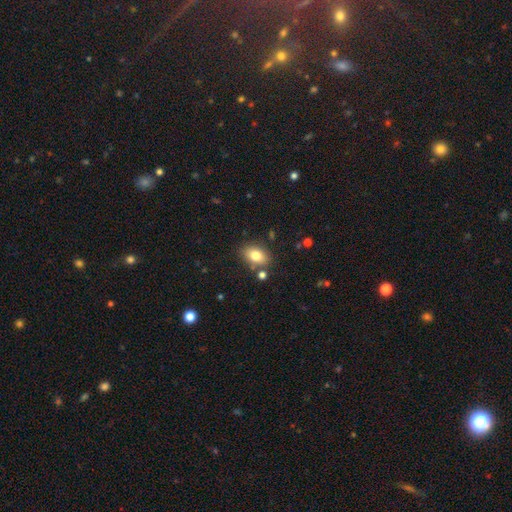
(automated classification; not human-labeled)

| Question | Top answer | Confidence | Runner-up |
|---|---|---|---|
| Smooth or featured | smooth | 80% | featured or disk (11%) |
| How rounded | in between | 83% | round (16%) |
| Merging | none | 79% | minor disturbance (12%) |